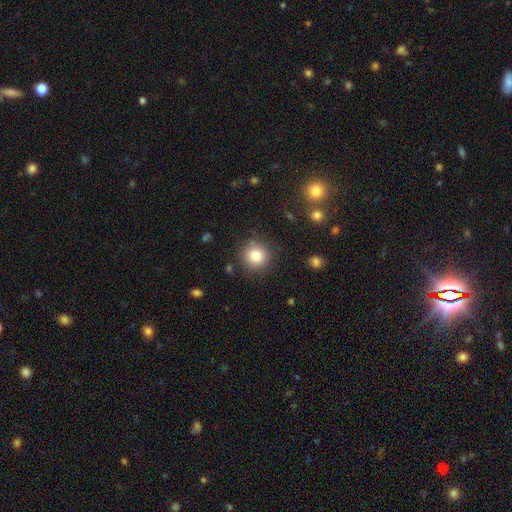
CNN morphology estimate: This is clearly a smooth galaxy (82%). How rounded: clearly round (93%). Merging: clearly none (87%).